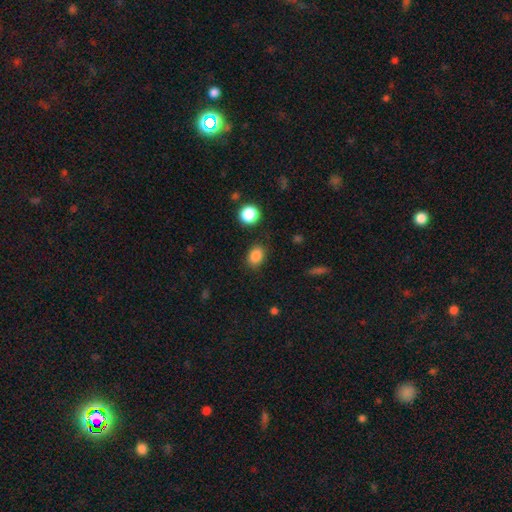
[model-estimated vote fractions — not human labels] A smooth galaxy with no disk features (85%) that is in between round and cigar-shaped (67%).

Vote fractions:
- Smooth or featured? smooth: 85% / star or artifact: 11% / featured or disk: 4%
- How rounded? in between: 67% / round: 32% / cigar-shaped: 1%
- Merging? none: 84% / minor disturbance: 10% / major disturbance: 3% / merger: 2%